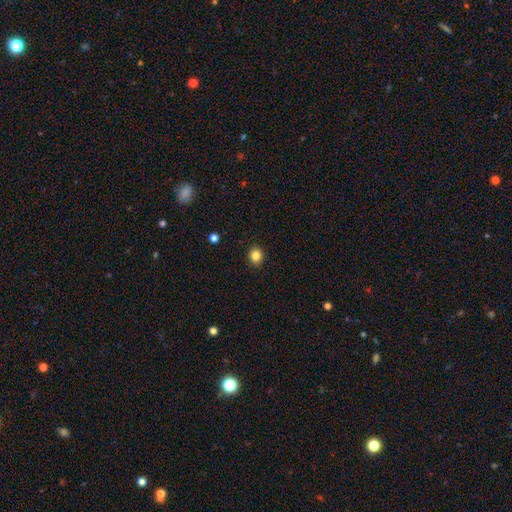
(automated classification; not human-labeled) The model was most divided on "how rounded": round: 71%, in between: 28%, cigar-shaped: 1%. More confident: merging — none (90%); smooth or featured — smooth (85%).